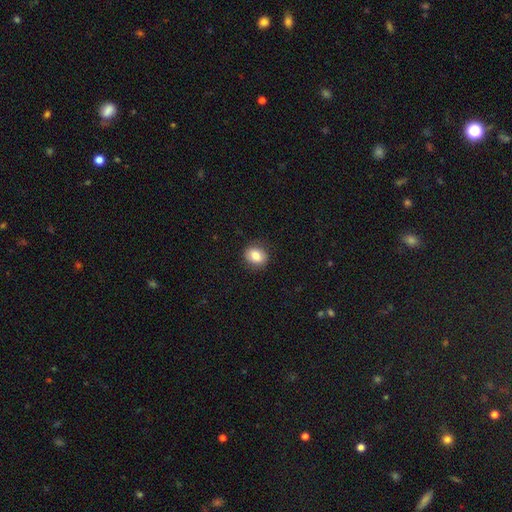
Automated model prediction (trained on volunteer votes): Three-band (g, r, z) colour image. It shows a smooth galaxy with no disk features (83%) that is round (58%). Merging: none (87%).